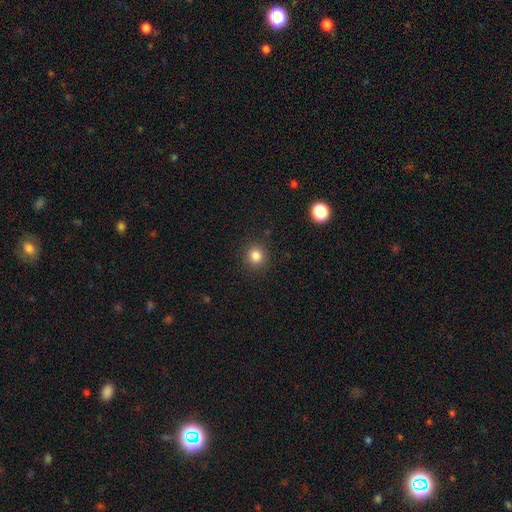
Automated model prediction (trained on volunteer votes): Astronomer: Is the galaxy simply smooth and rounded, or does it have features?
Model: smooth — 83%.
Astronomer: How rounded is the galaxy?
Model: round — 90%.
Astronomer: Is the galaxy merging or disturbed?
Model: none — 90%.